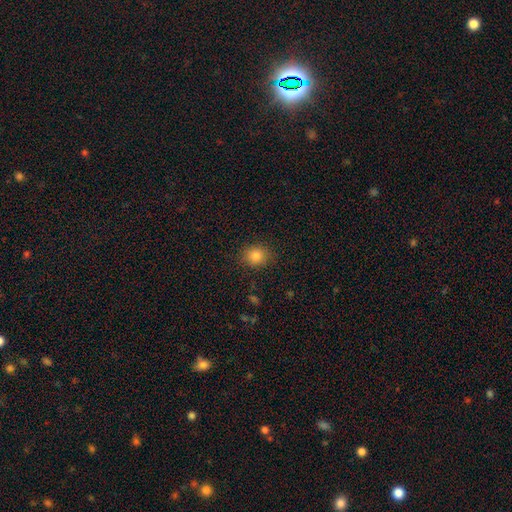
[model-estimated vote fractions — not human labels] A smooth galaxy with no disk features (84%) that is round (76%). Merging: none (89%).